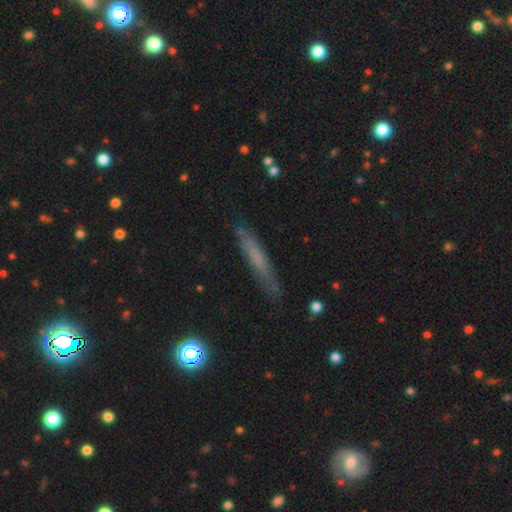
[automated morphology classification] smooth-or-featured: smooth: 51% | featured or disk: 39% | star or artifact: 10%
  how-rounded: cigar-shaped: 91% | in between: 7% | round: 2%
  merging: none: 78% | minor disturbance: 16% | major disturbance: 4% | merger: 2%